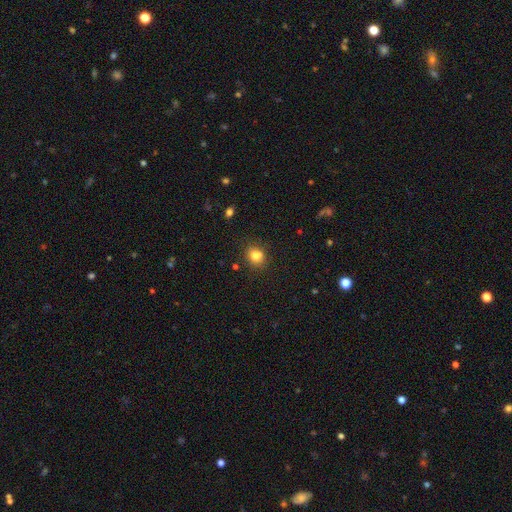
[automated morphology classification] The model was most divided on "how rounded": round: 69%, in between: 30%, cigar-shaped: 1%. More confident: smooth or featured — smooth (81%); merging — none (77%).